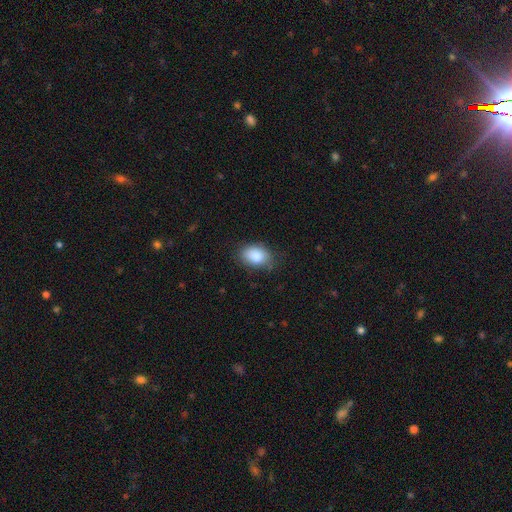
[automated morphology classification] Overall: smooth (87%). How rounded: in between (82%). Merging: none (77%).